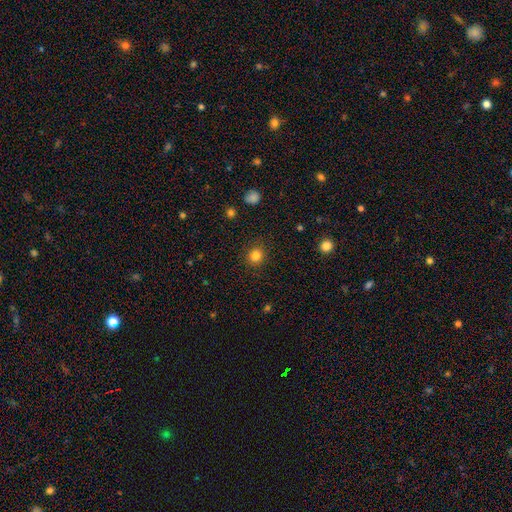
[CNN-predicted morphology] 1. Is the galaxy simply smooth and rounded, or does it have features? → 84% smooth, 12% star or artifact, 5% featured or disk.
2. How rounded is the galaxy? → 87% round, 12% in between, 1% cigar-shaped.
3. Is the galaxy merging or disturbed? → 89% none, 7% minor disturbance, 3% major disturbance, 1% merger.